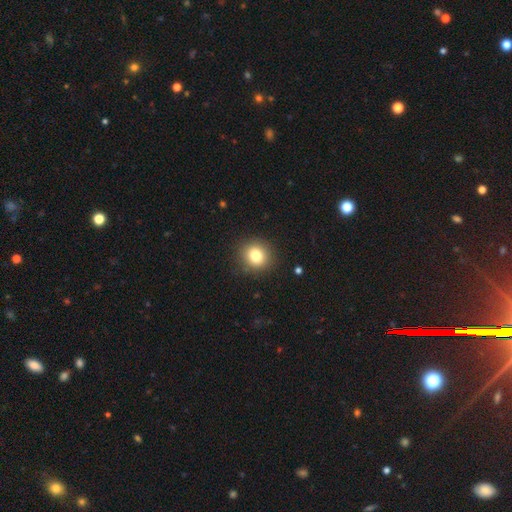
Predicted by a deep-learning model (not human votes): This is clearly a smooth galaxy (81%). How rounded: clearly round (85%). Merging: clearly none (89%).